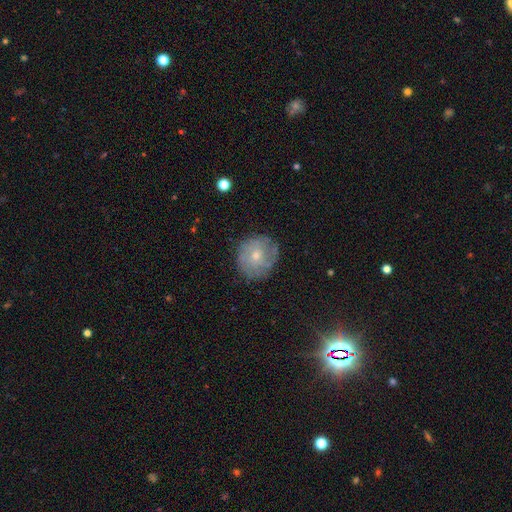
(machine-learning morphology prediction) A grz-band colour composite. It shows a smooth galaxy with no disk features (47%). Merging: none (77%).